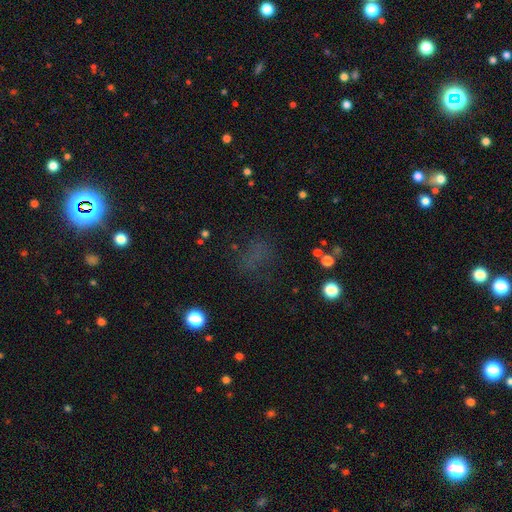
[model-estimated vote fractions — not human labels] Q: Smooth or featured?
A: smooth (51%); runner-up: star or artifact (36%)
Q: How rounded?
A: in between (51%); runner-up: round (44%)
Q: Merging?
A: none (65%); runner-up: minor disturbance (16%)